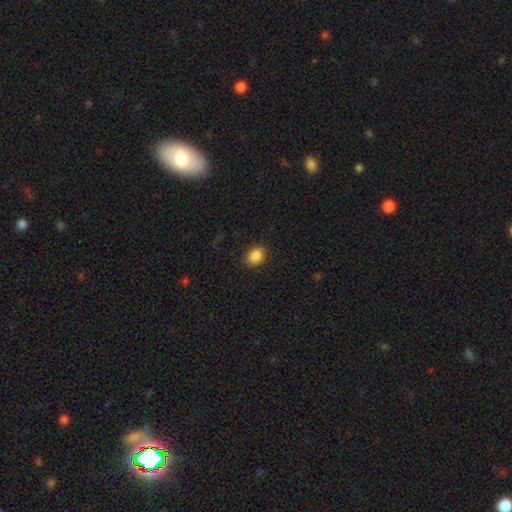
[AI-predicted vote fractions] smooth_or_featured: smooth (p=0.87) [alt: star or artifact p=0.09]
how_rounded: in between (p=0.54) [alt: round p=0.45]
merging: none (p=0.88) [alt: minor disturbance p=0.08]